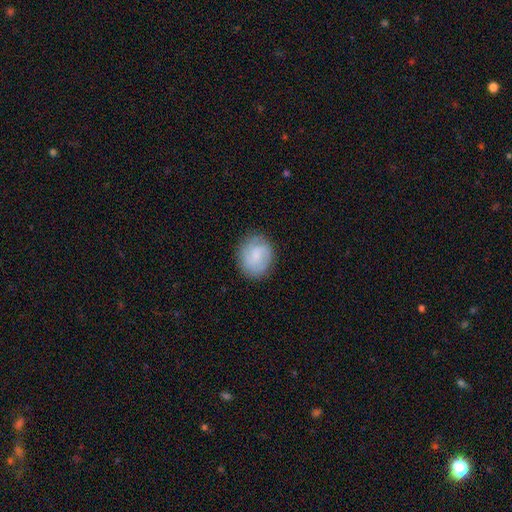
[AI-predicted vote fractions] Smooth or featured: smooth — 49% (featured or disk — 44%)
Merging: none — 79% (minor disturbance — 15%)